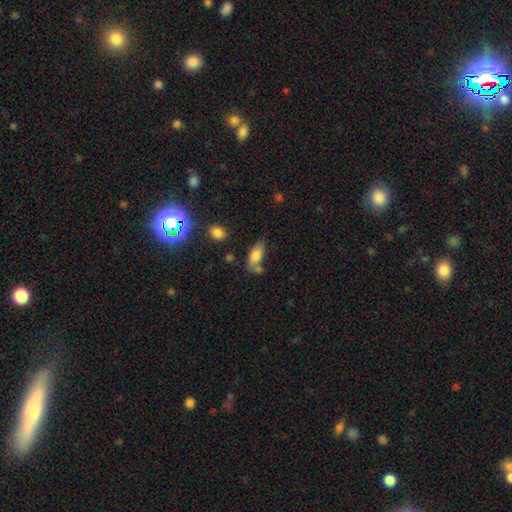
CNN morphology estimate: Q: Smooth or featured?
A: smooth (78%); runner-up: featured or disk (13%)
Q: How rounded?
A: in between (87%); runner-up: cigar-shaped (10%)
Q: Merging?
A: none (51%); runner-up: minor disturbance (21%)